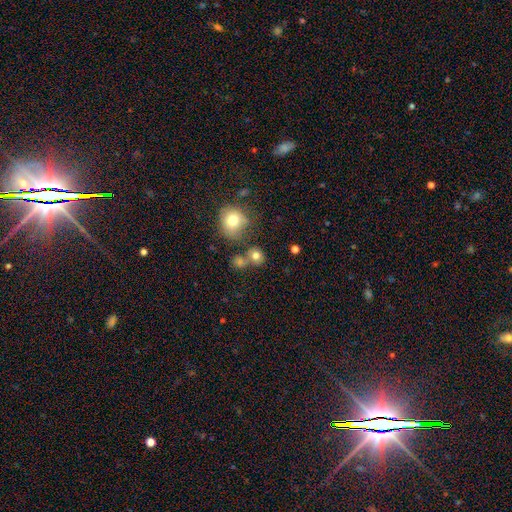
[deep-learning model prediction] This appears to be a smooth galaxy with no disk features (78%) that is round (80%). Merging: none (60%).